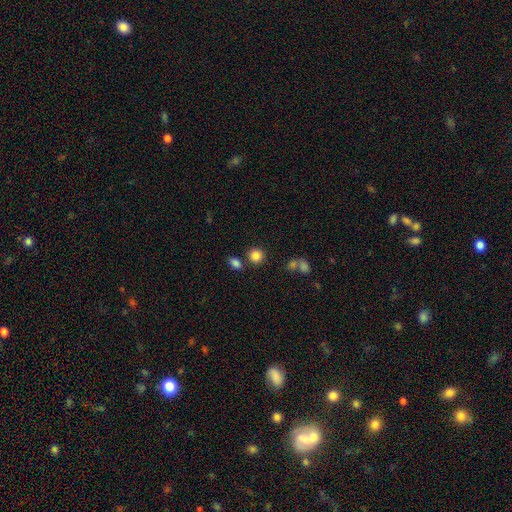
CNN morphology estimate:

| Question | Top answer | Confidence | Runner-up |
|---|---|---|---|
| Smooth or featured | smooth | 84% | star or artifact (12%) |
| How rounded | round | 87% | in between (12%) |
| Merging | none | 75% | merger (13%) |